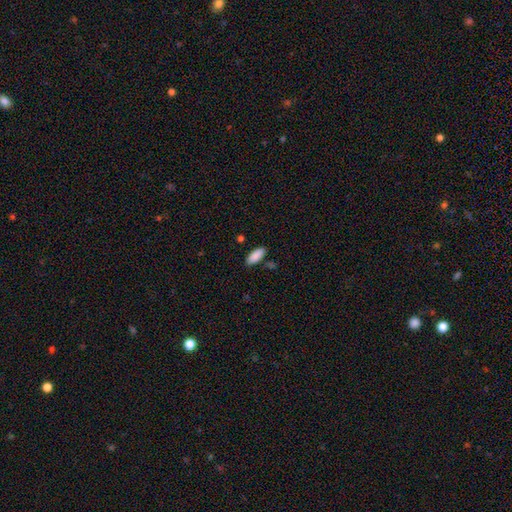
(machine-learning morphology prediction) A smooth galaxy with no disk features (90%) that is in between round and cigar-shaped (83%).

Vote fractions:
- Smooth or featured? smooth: 90% / star or artifact: 6% / featured or disk: 4%
- How rounded? in between: 83% / cigar-shaped: 15% / round: 2%
- Merging? none: 82% / minor disturbance: 11% / merger: 4% / major disturbance: 2%